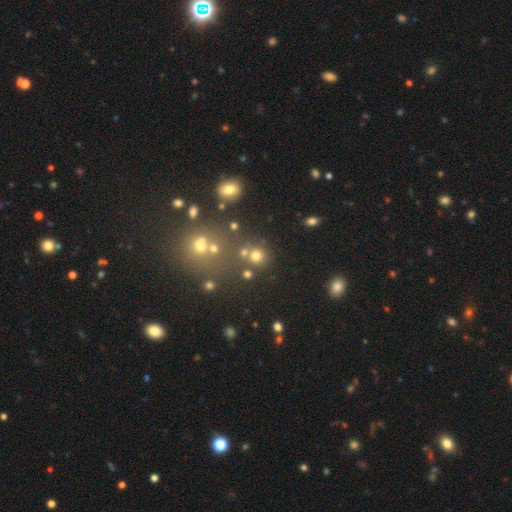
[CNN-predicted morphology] Q: Smooth or featured?
A: smooth (71%); runner-up: star or artifact (20%)
Q: How rounded?
A: round (89%); runner-up: in between (10%)
Q: Merging?
A: none (71%); runner-up: merger (15%)